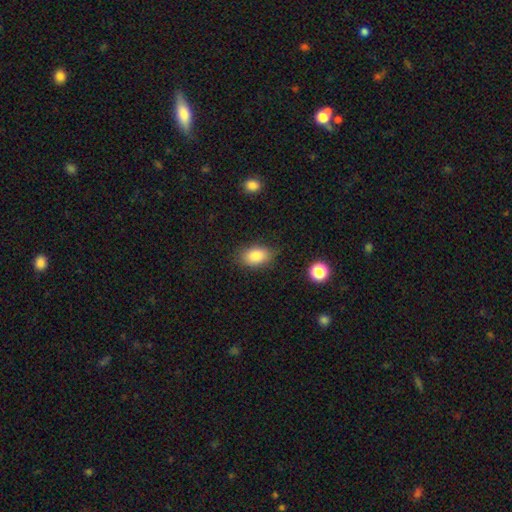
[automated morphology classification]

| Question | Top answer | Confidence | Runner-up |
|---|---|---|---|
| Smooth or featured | smooth | 85% | star or artifact (8%) |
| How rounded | in between | 88% | round (10%) |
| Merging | none | 80% | minor disturbance (15%) |